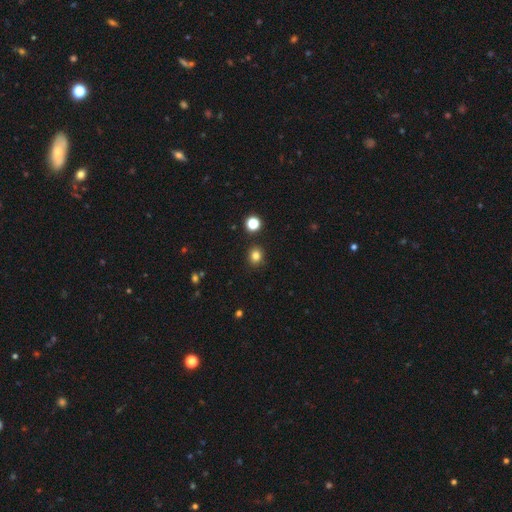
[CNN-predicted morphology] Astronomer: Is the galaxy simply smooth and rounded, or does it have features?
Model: smooth — 81%.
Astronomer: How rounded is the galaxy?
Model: round — 76%.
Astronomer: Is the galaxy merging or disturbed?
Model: none — 89%.